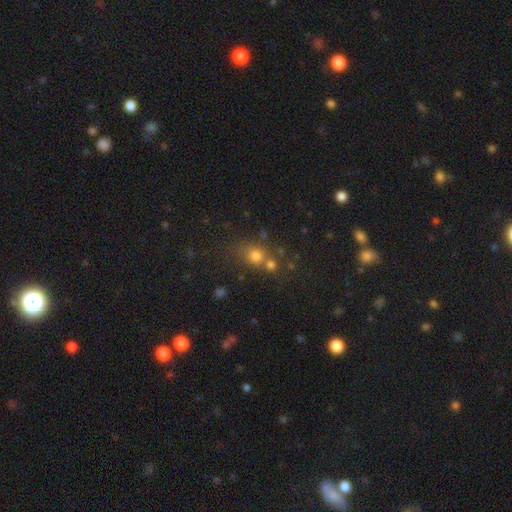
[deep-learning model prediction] smooth_or_featured: smooth (p=0.71) [alt: star or artifact p=0.19]
how_rounded: round (p=0.78) [alt: in between p=0.21]
merging: none (p=0.54) [alt: merger p=0.32]